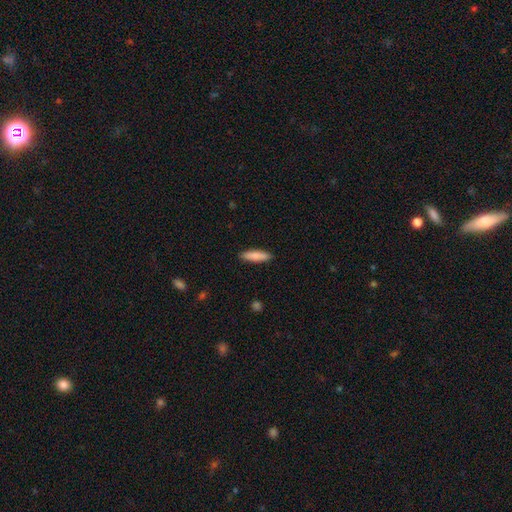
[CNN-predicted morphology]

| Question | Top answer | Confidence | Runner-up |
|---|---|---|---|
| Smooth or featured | smooth | 84% | featured or disk (10%) |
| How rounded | cigar-shaped | 70% | in between (28%) |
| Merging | none | 90% | minor disturbance (8%) |